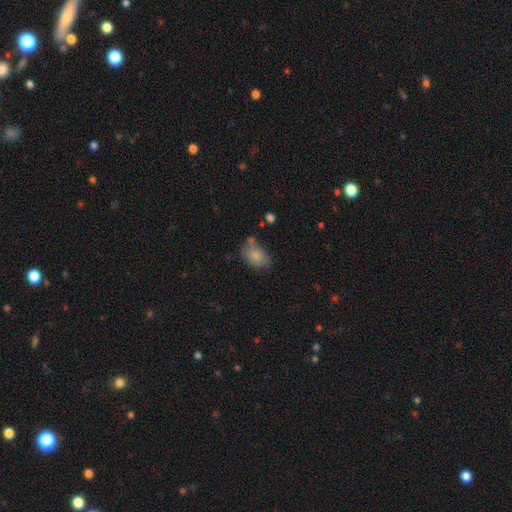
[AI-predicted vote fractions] Smooth or featured? smooth (84%)
How rounded? in between (81%)
Merging? none (61%)